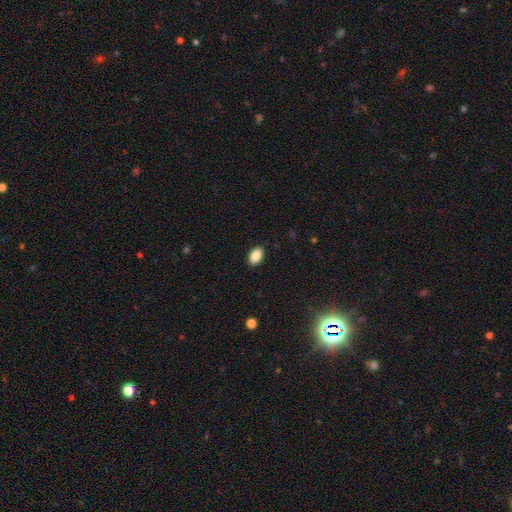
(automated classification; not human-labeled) This is clearly a smooth galaxy (88%). How rounded: clearly in between (89%). Merging: clearly none (89%).